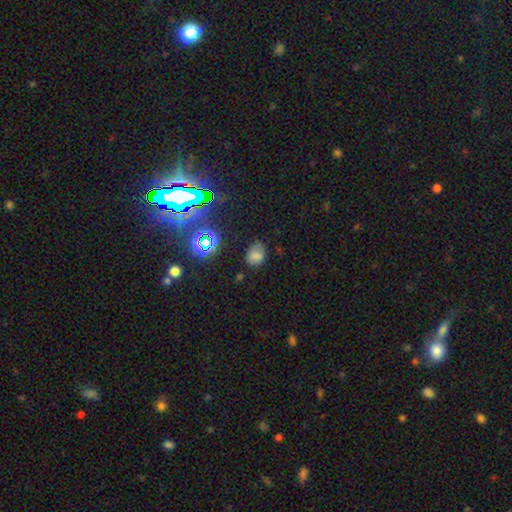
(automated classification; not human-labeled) smooth_or_featured: smooth (p=0.68) [alt: star or artifact p=0.20]
how_rounded: in between (p=0.65) [alt: round p=0.34]
merging: none (p=0.60) [alt: minor disturbance p=0.27]